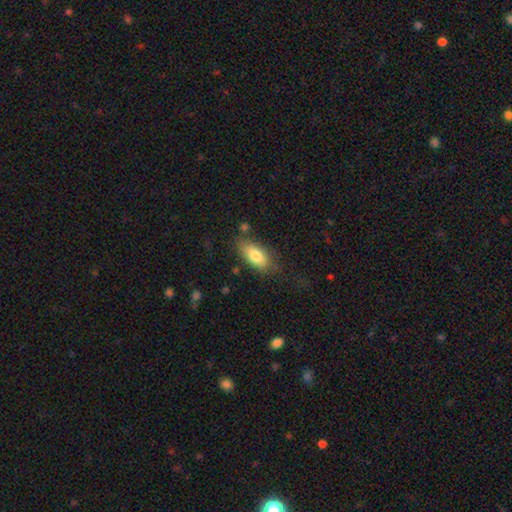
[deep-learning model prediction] Overall: smooth (79%). How rounded: in between (88%). Merging: none (70%).